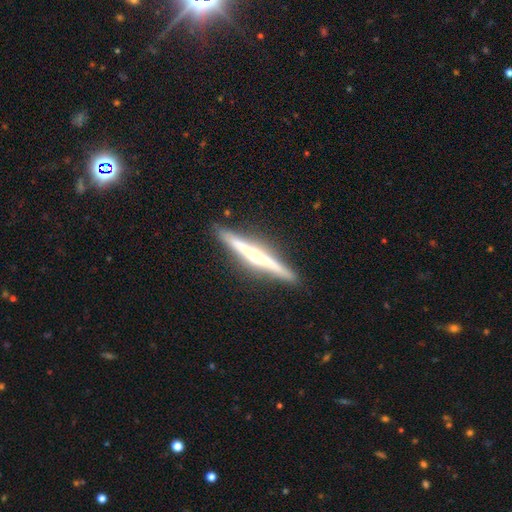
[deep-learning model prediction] A featured or disk galaxy (81%) viewed edge-on (98%) with a rounded central bulge (82%). Merging: none (90%).